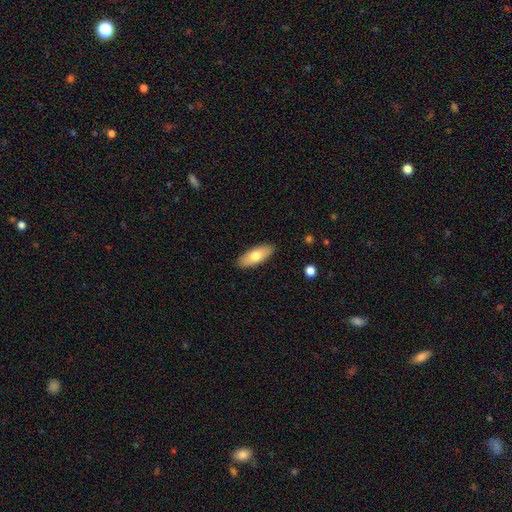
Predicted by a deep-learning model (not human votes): Q: Smooth or featured?
A: smooth (73%); runner-up: featured or disk (21%)
Q: How rounded?
A: in between (78%); runner-up: cigar-shaped (19%)
Q: Merging?
A: none (89%); runner-up: minor disturbance (8%)